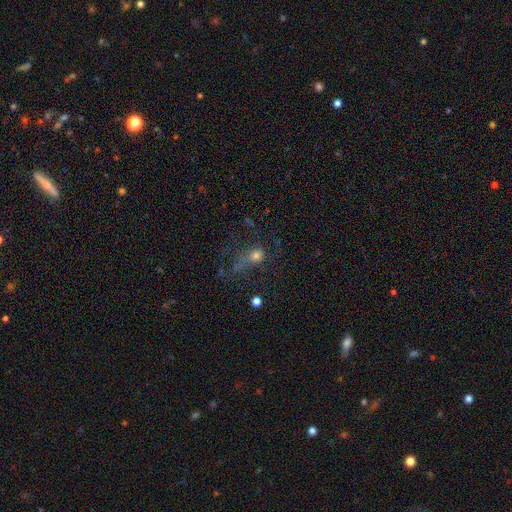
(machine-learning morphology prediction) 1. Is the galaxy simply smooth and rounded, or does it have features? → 52% smooth, 24% star or artifact, 24% featured or disk.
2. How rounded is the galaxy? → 51% round, 43% in between, 6% cigar-shaped.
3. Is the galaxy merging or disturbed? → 41% major disturbance, 34% none, 17% minor disturbance, 7% merger.